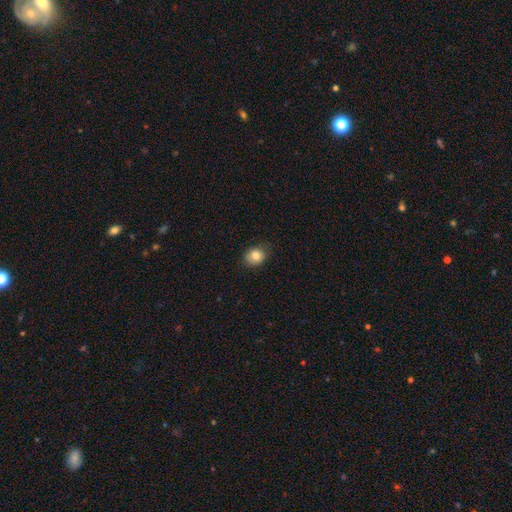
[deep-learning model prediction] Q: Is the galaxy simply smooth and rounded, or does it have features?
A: smooth — 81%.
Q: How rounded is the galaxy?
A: round — 62%.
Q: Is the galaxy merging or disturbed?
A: none — 83%.